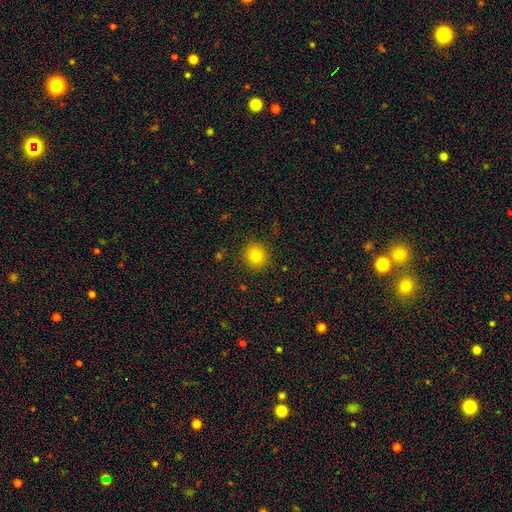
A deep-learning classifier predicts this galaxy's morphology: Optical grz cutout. It shows a smooth galaxy with no disk features (81%) that is round (89%). Merging: none (90%).